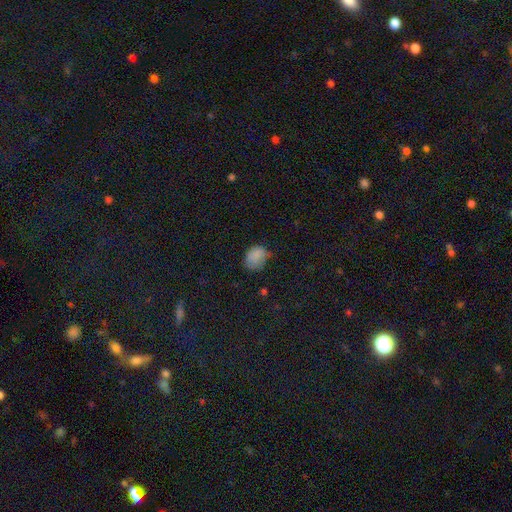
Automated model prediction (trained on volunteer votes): Overall: smooth (82%). How rounded: in between (58%; round 41%). Merging: none (52%; minor disturbance 36%).